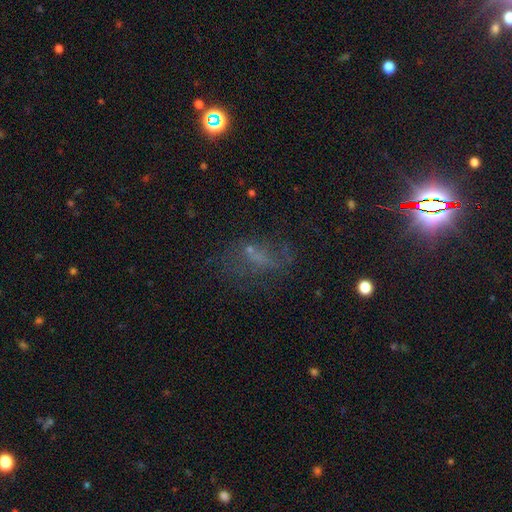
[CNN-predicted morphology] A featured or disk galaxy (37%).

Vote fractions:
- Smooth or featured? featured or disk: 37% / smooth: 36% / star or artifact: 27%
- Merging? none: 45% / major disturbance: 31% / minor disturbance: 20% / merger: 5%